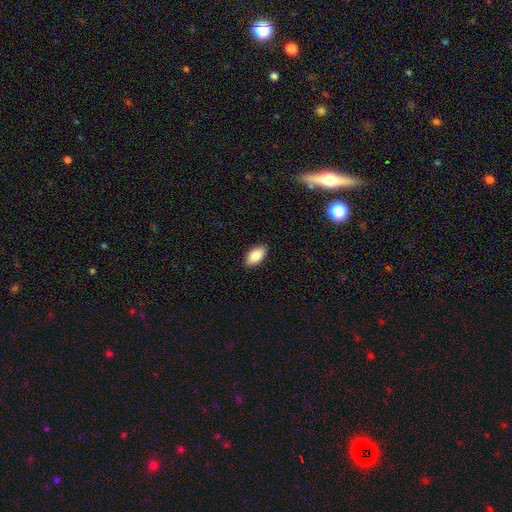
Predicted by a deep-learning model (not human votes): A smooth galaxy with no disk features (85%) that is in between round and cigar-shaped (93%).

Vote fractions:
- Smooth or featured? smooth: 85% / featured or disk: 8% / star or artifact: 7%
- How rounded? in between: 93% / cigar-shaped: 4% / round: 3%
- Merging? none: 89% / minor disturbance: 9% / major disturbance: 2% / merger: 1%